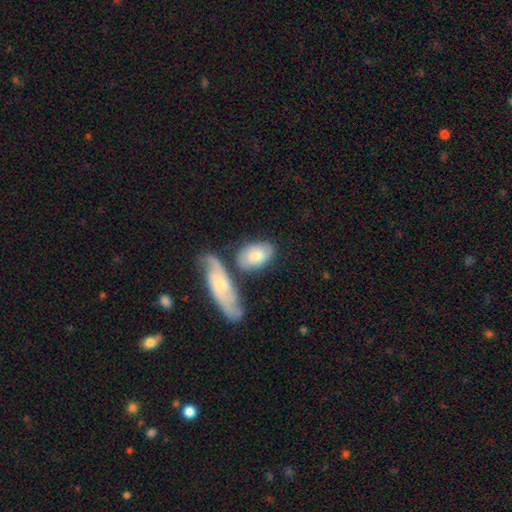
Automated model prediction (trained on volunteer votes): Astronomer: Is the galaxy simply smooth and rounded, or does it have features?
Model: smooth — 68%.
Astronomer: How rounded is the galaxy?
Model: in between — 89%.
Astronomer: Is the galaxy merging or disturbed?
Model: none — 51%.